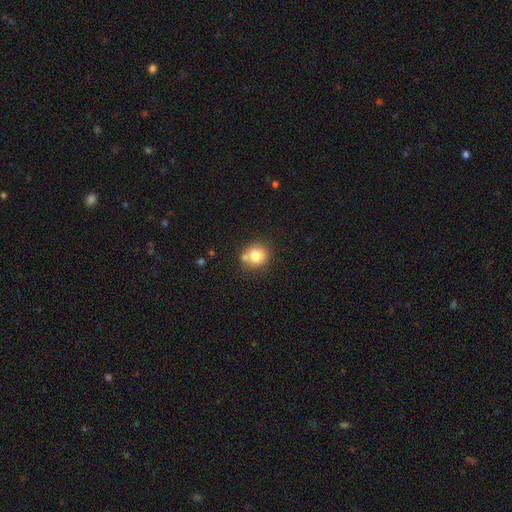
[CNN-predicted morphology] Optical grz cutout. It shows a smooth galaxy with no disk features (77%) that is round (85%). Merging: none (65%).